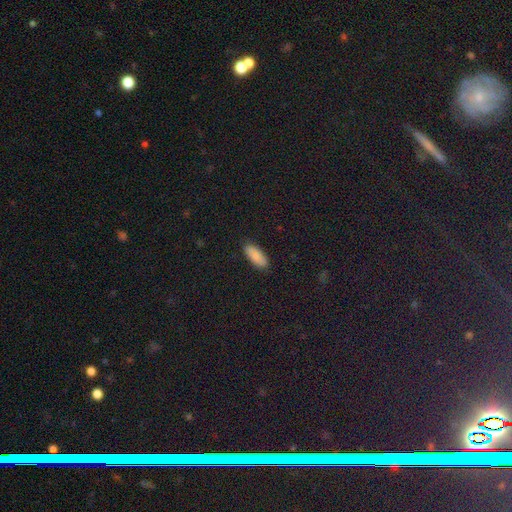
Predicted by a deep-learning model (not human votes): A smooth galaxy with no disk features (85%) that is in between round and cigar-shaped (81%). Merging: none (88%).